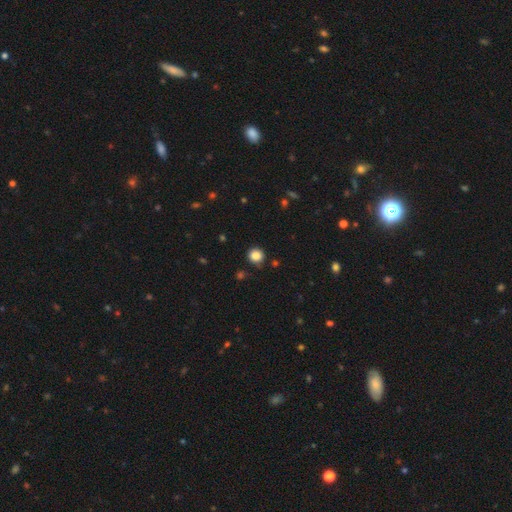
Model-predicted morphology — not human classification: This is clearly a smooth galaxy (85%). How rounded: clearly round (91%). Merging: clearly none (88%).